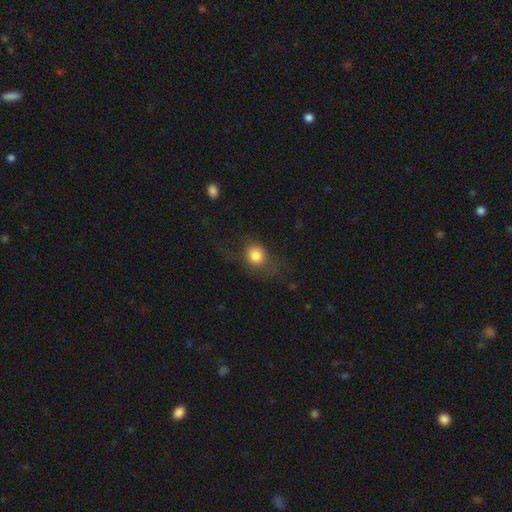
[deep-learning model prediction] A smooth galaxy with no disk features (78%) that is round (71%). Merging: none (54%).